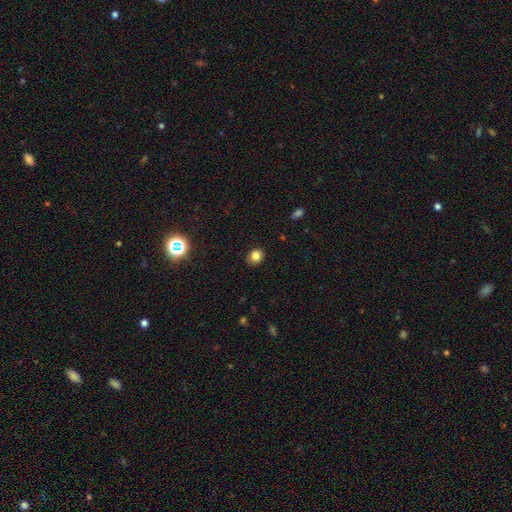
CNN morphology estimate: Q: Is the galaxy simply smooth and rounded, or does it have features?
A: smooth — 82%.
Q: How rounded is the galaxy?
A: round — 67%.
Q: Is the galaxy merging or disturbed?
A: none — 89%.